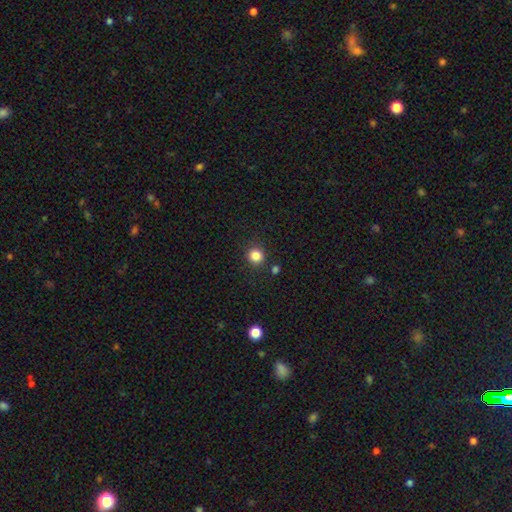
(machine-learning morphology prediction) Smooth or featured?
  - smooth: 84% *
  - star or artifact: 12%
  - featured or disk: 4%
How rounded?
  - round: 90% *
  - in between: 9%
  - cigar-shaped: 1%
Merging?
  - none: 86% *
  - minor disturbance: 8%
  - merger: 4%
  - major disturbance: 3%